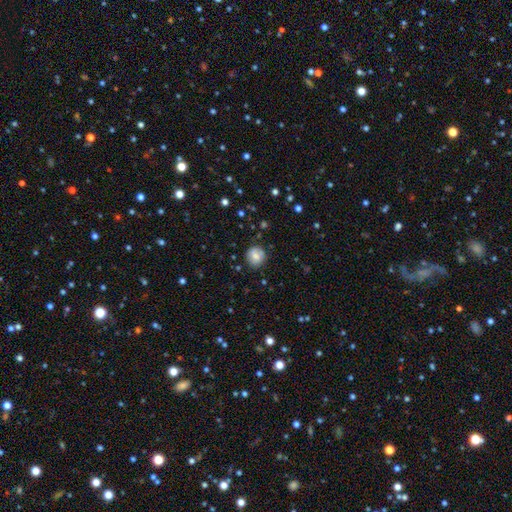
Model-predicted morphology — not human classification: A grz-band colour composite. It shows a smooth galaxy with no disk features (74%) that is round (81%). Merging: none (80%).